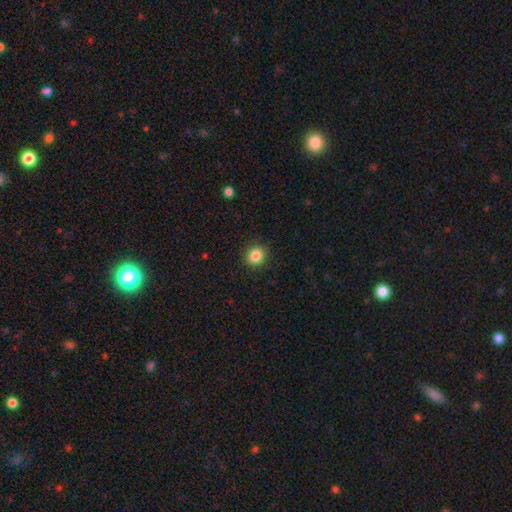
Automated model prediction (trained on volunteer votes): Smooth or featured?
  - smooth: 84% *
  - star or artifact: 11%
  - featured or disk: 5%
How rounded?
  - round: 83% *
  - in between: 16%
  - cigar-shaped: 1%
Merging?
  - none: 90% *
  - minor disturbance: 6%
  - major disturbance: 2%
  - merger: 1%